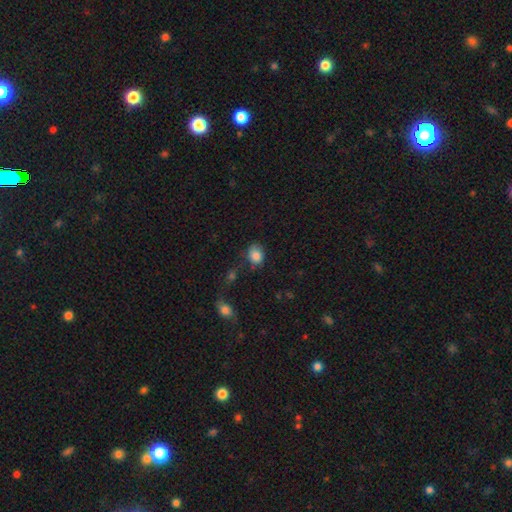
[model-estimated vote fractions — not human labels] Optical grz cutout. It shows a smooth galaxy with no disk features (84%) that is in between round and cigar-shaped (55%). Merging: none (60%).